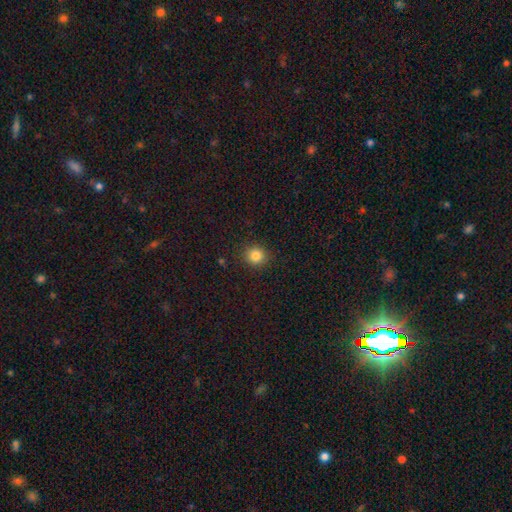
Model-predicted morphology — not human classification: Smooth or featured? smooth (83%)
How rounded? round (91%)
Merging? none (91%)